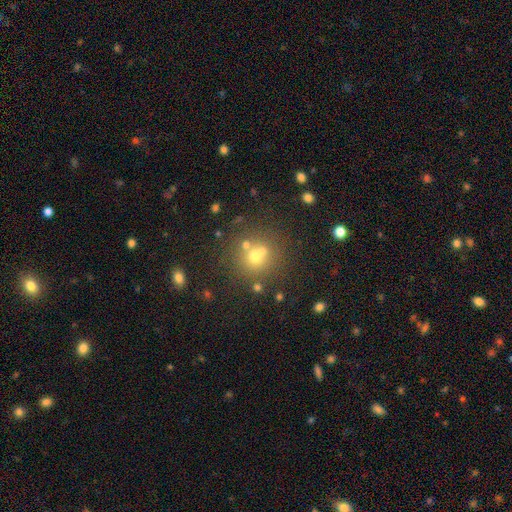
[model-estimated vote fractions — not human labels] The model was most divided on "merging": none: 62%, merger: 25%, minor disturbance: 9%, major disturbance: 4%. More confident: how rounded — round (90%); smooth or featured — smooth (62%).